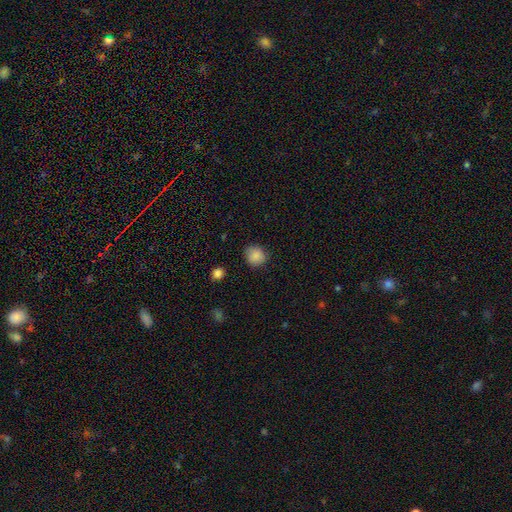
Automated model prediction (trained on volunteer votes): Q: Smooth or featured?
A: smooth (86%); runner-up: star or artifact (10%)
Q: How rounded?
A: round (85%); runner-up: in between (14%)
Q: Merging?
A: none (81%); runner-up: minor disturbance (14%)